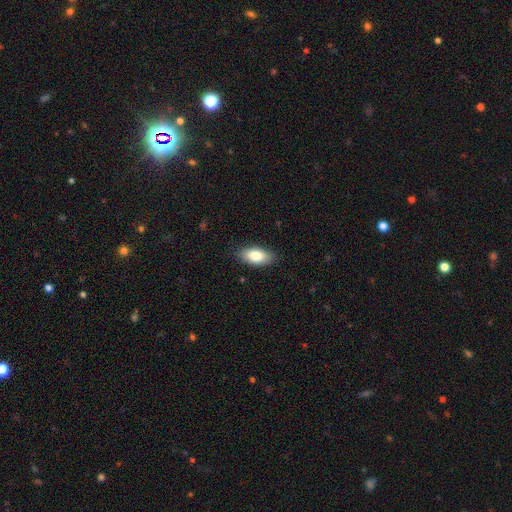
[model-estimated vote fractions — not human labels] smooth_or_featured: smooth (p=0.83) [alt: featured or disk p=0.10]
how_rounded: in between (p=0.90) [alt: cigar-shaped p=0.07]
merging: none (p=0.85) [alt: minor disturbance p=0.11]